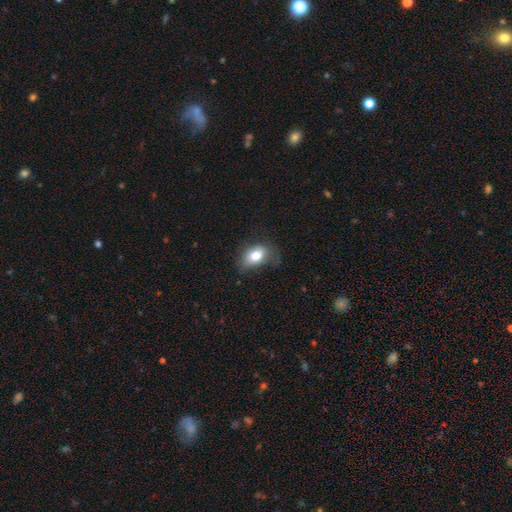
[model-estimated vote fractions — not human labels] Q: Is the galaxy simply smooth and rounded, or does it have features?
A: smooth — 76%.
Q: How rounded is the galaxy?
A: in between — 79%.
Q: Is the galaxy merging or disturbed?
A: none — 53%.